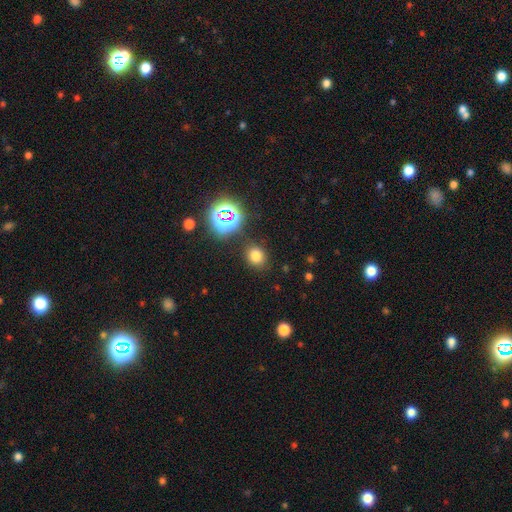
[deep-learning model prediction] Overall: smooth (73%). How rounded: round (71%). Merging: none (83%).